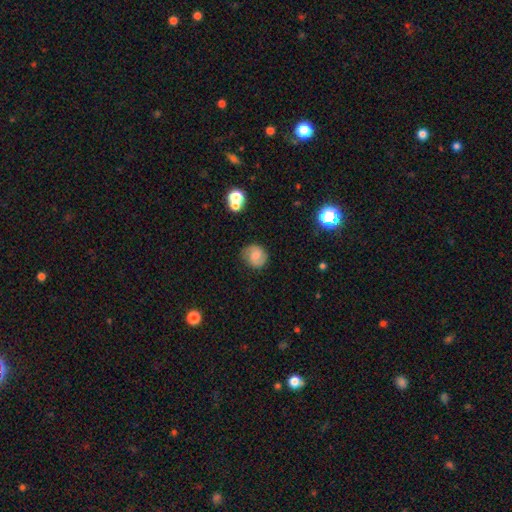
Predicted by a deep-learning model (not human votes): Overall: smooth (46%; featured or disk 44%). Merging: none (77%).